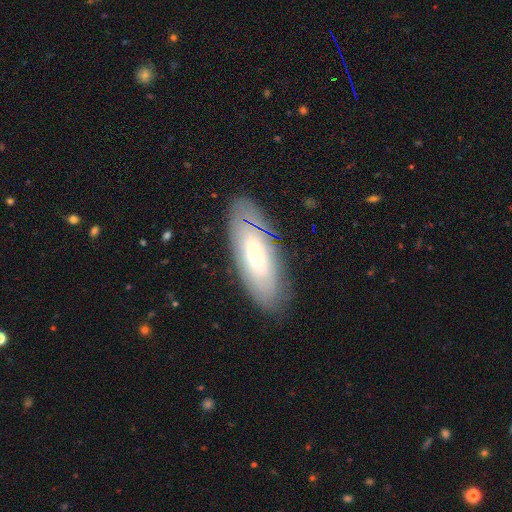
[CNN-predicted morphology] Overall: smooth (56%; featured or disk 37%). How rounded: in between (71%). Merging: none (81%).